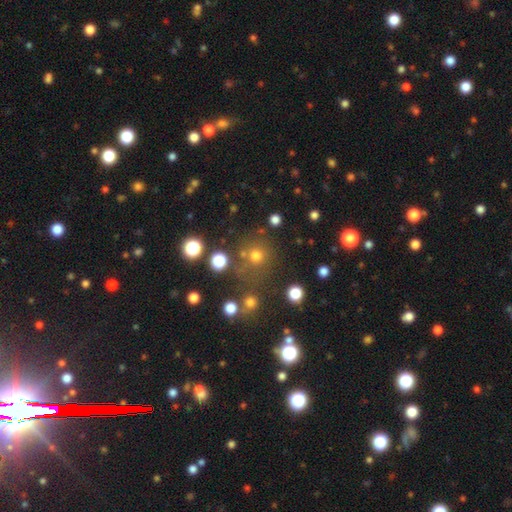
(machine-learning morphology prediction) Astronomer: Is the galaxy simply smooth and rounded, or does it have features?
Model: smooth — 65%.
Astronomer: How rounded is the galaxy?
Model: round — 92%.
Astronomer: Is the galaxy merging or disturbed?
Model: none — 72%.